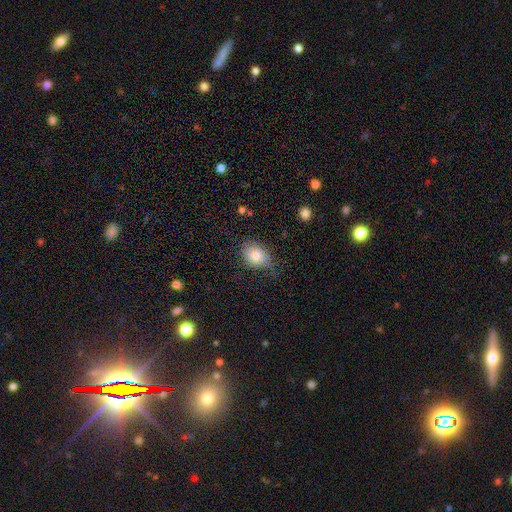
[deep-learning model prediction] This appears to be a smooth galaxy with no disk features (80%) that is in between round and cigar-shaped (67%). Merging: none (63%).